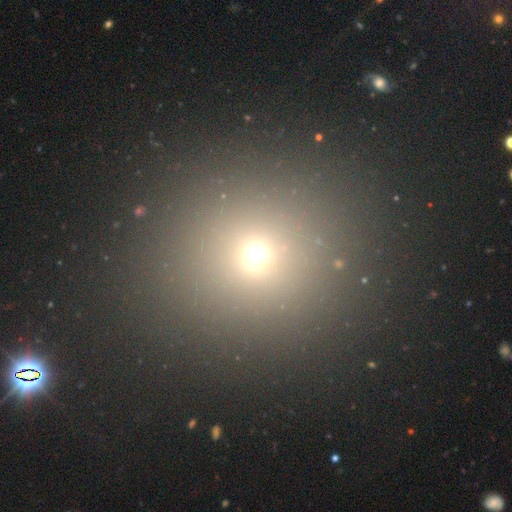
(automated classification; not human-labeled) This is likely a smooth galaxy (64%). How rounded: clearly round (86%). Merging: clearly none (88%).